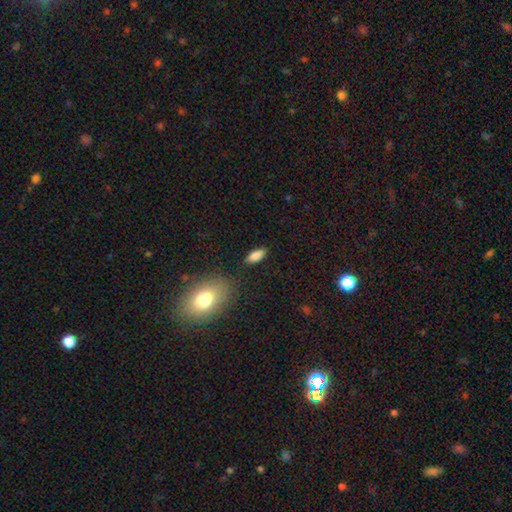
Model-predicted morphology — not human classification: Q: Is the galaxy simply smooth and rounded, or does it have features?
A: smooth — 85%.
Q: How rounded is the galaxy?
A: in between — 79%.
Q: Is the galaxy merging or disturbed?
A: none — 85%.